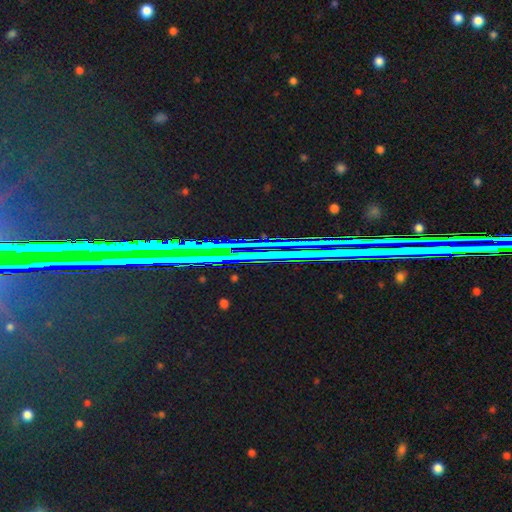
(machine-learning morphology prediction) smooth_or_featured: star or artifact (p=0.75) [alt: featured or disk p=0.14]